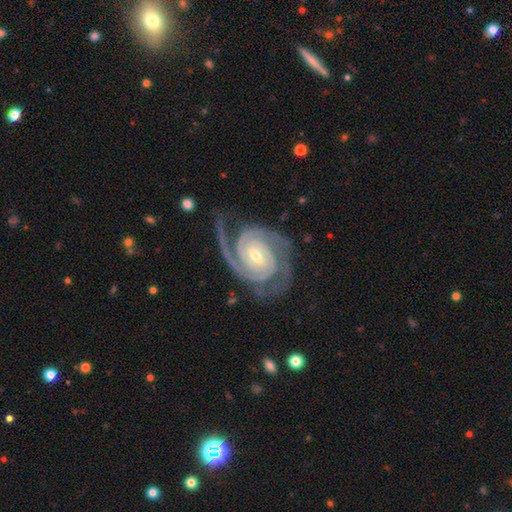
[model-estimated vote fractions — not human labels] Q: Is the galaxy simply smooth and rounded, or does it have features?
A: featured or disk — 94%.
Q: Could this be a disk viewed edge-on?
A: no — 98%.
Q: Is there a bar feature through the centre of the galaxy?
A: weak — 43%.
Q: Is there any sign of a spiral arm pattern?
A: yes — 99%.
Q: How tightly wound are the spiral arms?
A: tight — 73%.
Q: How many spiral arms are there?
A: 2 — 66%.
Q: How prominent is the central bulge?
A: small — 51%.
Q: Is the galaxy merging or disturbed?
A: none — 76%.